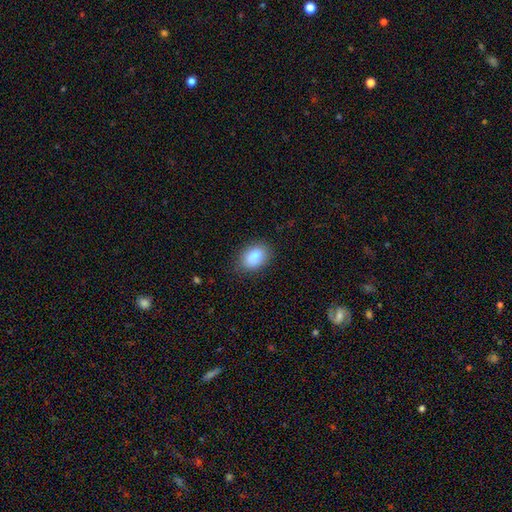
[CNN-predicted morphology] Smooth or featured? Predicted: smooth (p=0.83). How rounded? Predicted: in between (p=0.77). Merging? Predicted: none (p=0.84).